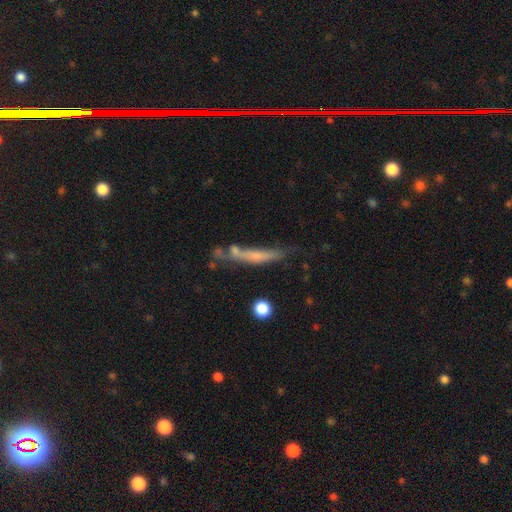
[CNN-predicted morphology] Smooth or featured?
  - smooth: 48% *
  - featured or disk: 42%
  - star or artifact: 10%
Merging?
  - none: 48% *
  - minor disturbance: 23%
  - merger: 16%
  - major disturbance: 14%